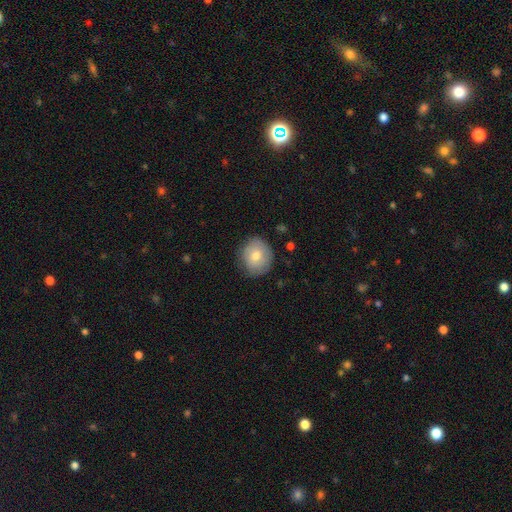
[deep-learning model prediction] smooth_or_featured: smooth (p=0.70) [alt: featured or disk p=0.22]
how_rounded: round (p=0.86) [alt: in between p=0.13]
merging: none (p=0.81) [alt: minor disturbance p=0.15]